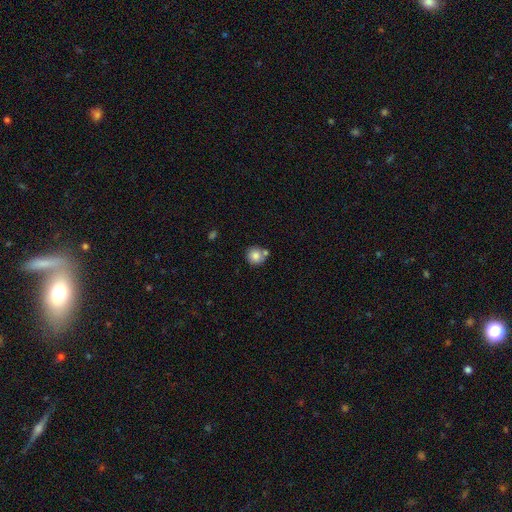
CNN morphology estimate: smooth-or-featured: smooth: 81% | featured or disk: 11% | star or artifact: 9%
  how-rounded: round: 89% | in between: 10% | cigar-shaped: 1%
  merging: none: 59% | merger: 24% | minor disturbance: 14% | major disturbance: 4%